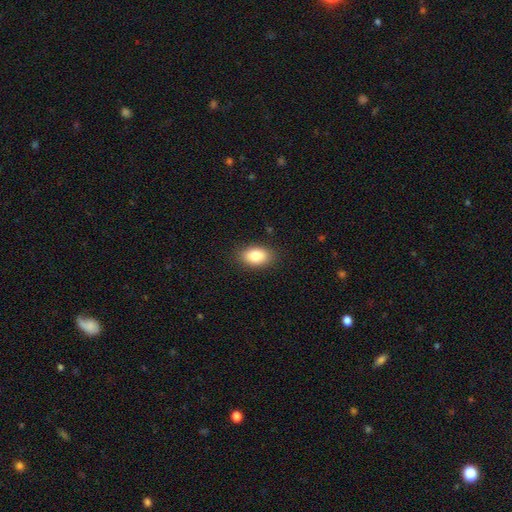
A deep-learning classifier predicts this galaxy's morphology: Overall: smooth (84%). How rounded: in between (88%). Merging: none (87%).